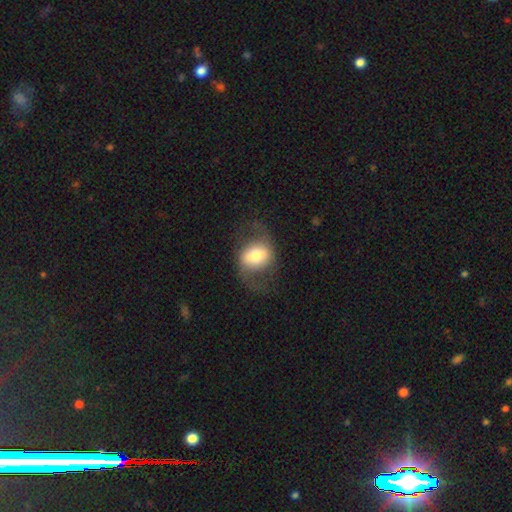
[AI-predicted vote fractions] This appears to be a smooth galaxy with no disk features (47%). Merging: none (65%).